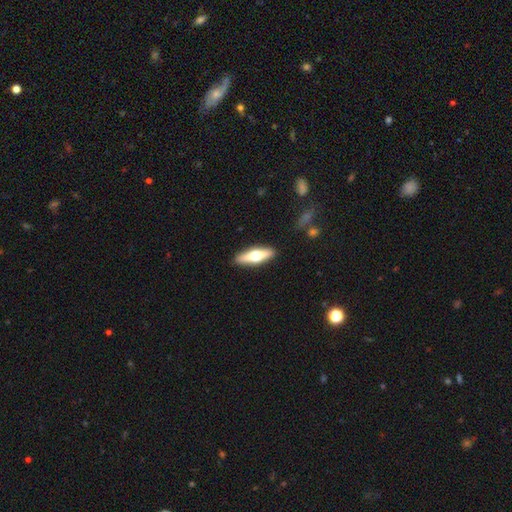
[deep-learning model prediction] Smooth or featured?
  - featured or disk: 52% *
  - smooth: 42%
  - star or artifact: 5%
Edge-on disk?
  - yes: 92% *
  - no: 8%
Merging?
  - none: 90% *
  - minor disturbance: 7%
  - major disturbance: 2%
  - merger: 1%